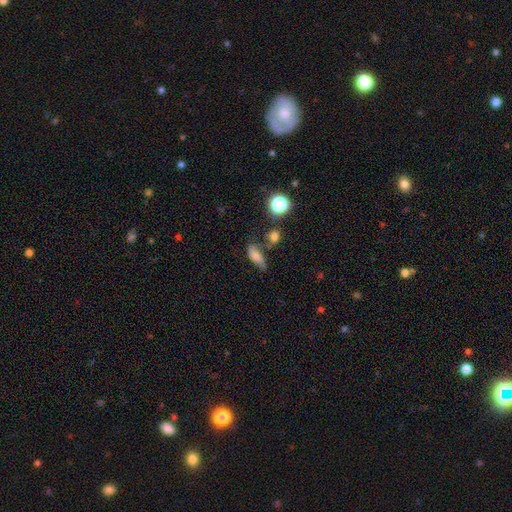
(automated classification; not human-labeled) This is likely a smooth galaxy (71%). How rounded: likely in between (63%). Merging: possibly none (48%).